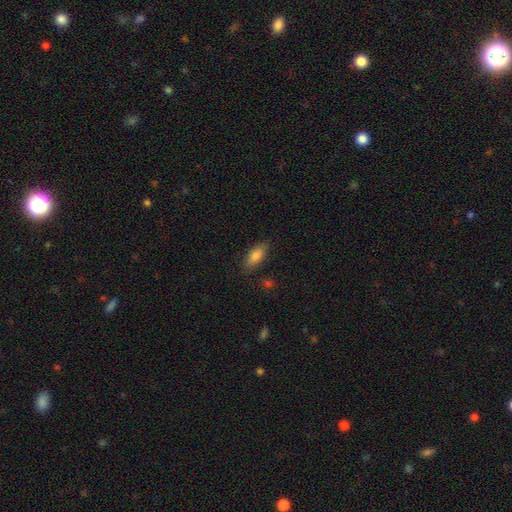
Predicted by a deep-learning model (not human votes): smooth 81%, featured or disk 12%, star or artifact 7%. Down the decision tree: how rounded — in between (79%); merging — none (81%).